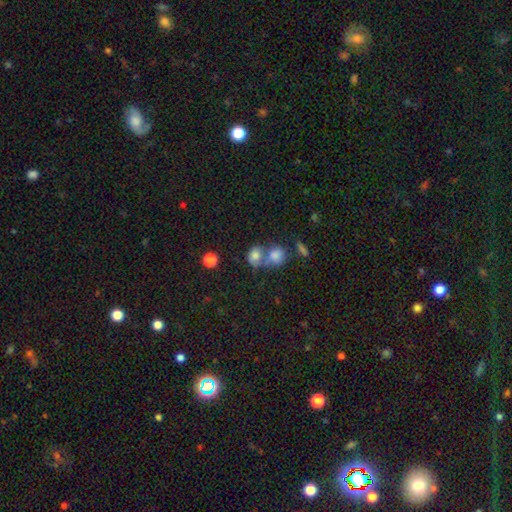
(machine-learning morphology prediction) type=smooth (75%); roundness=round (56%); merging=merger (55%).